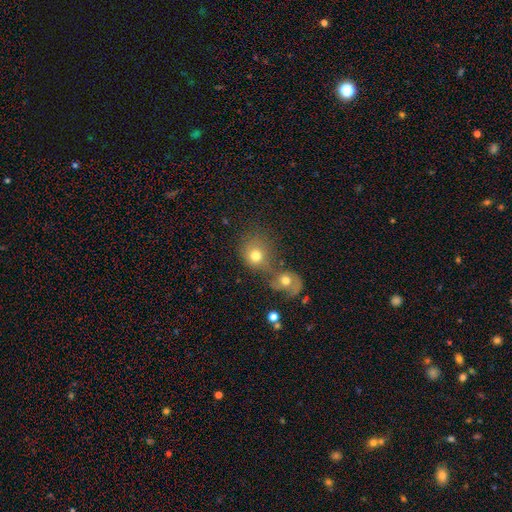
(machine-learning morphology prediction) A smooth galaxy with no disk features (74%) that is round (74%).

Vote fractions:
- Smooth or featured? smooth: 74% / featured or disk: 15% / star or artifact: 12%
- How rounded? round: 74% / in between: 25% / cigar-shaped: 1%
- Merging? merger: 53% / none: 31% / minor disturbance: 9% / major disturbance: 7%